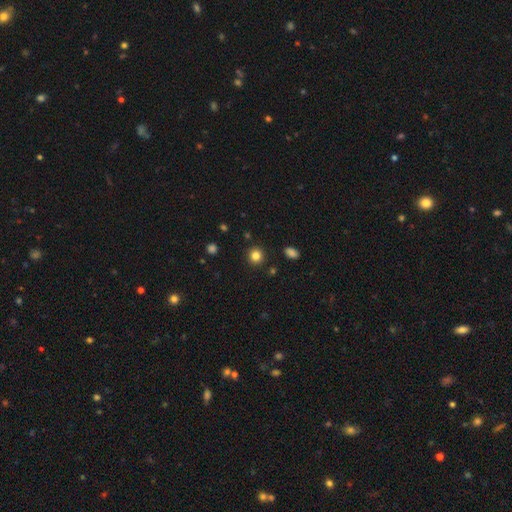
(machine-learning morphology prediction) A smooth galaxy with no disk features (83%) that is round (91%).

Vote fractions:
- Smooth or featured? smooth: 83% / star or artifact: 12% / featured or disk: 4%
- How rounded? round: 91% / in between: 8% / cigar-shaped: 1%
- Merging? none: 91% / minor disturbance: 6% / major disturbance: 2% / merger: 2%